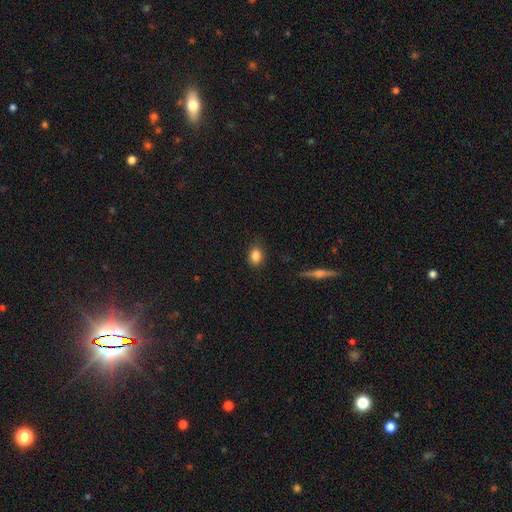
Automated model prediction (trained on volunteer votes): The model was most divided on "how rounded": in between: 65%, round: 33%, cigar-shaped: 2%. More confident: merging — none (86%); smooth or featured — smooth (85%).